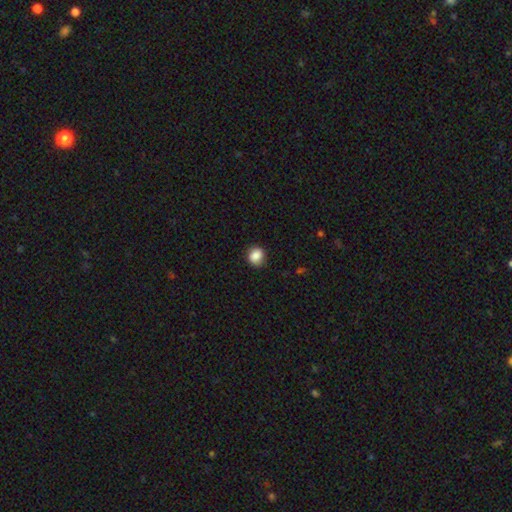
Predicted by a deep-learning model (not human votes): Smooth or featured: smooth — 86% (star or artifact — 9%)
How rounded: round — 76% (in between — 23%)
Merging: none — 84% (minor disturbance — 12%)